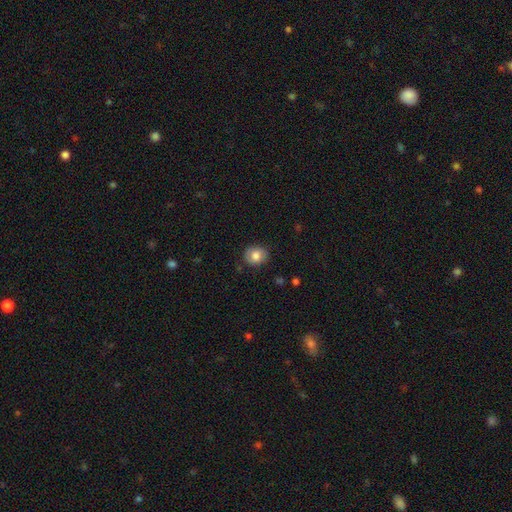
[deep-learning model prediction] A smooth galaxy with no disk features (81%) that is round (68%). Merging: none (84%).